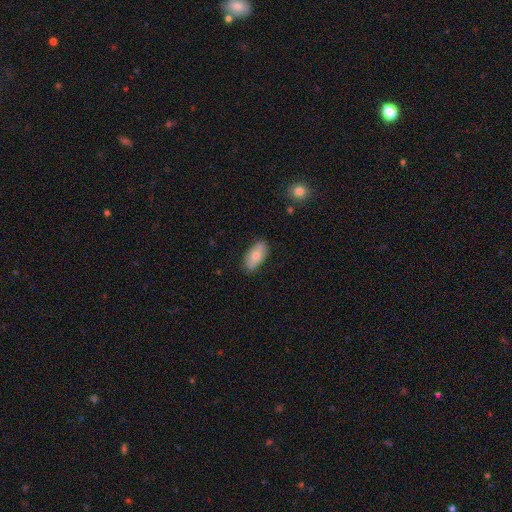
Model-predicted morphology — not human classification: Smooth or featured? smooth (69%)
How rounded? in between (89%)
Merging? none (85%)